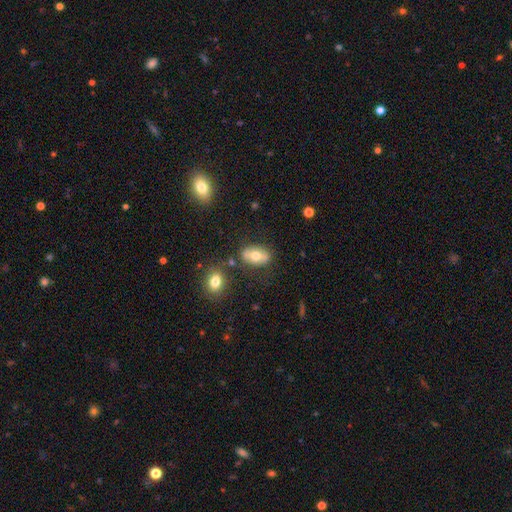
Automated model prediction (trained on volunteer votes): smooth 59%, featured or disk 32%, star or artifact 9%. Down the decision tree: how rounded — in between (86%); merging — none (74%).